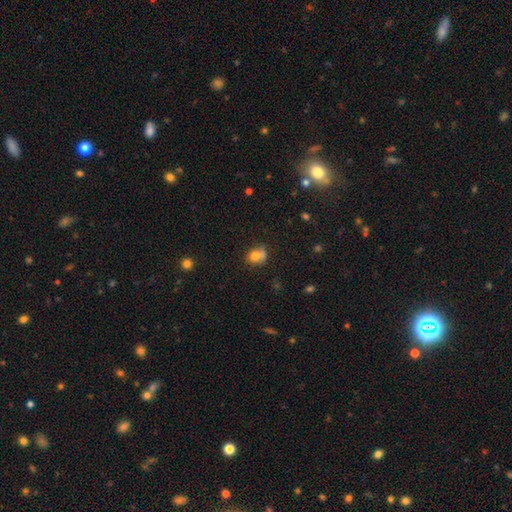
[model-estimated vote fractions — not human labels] This is likely a smooth galaxy (74%). How rounded: likely round (65%). Merging: marginally merger (42%).